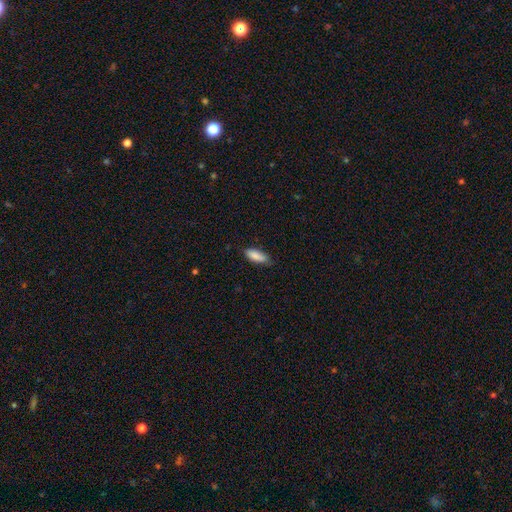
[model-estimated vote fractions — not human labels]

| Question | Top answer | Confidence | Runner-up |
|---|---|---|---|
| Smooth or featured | smooth | 88% | star or artifact (6%) |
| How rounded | in between | 73% | cigar-shaped (26%) |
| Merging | none | 75% | minor disturbance (20%) |